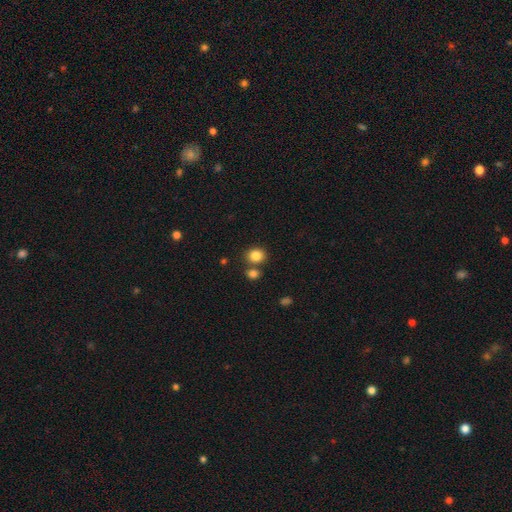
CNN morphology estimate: Overall: smooth (84%). How rounded: round (68%; in between 31%). Merging: none (69%).